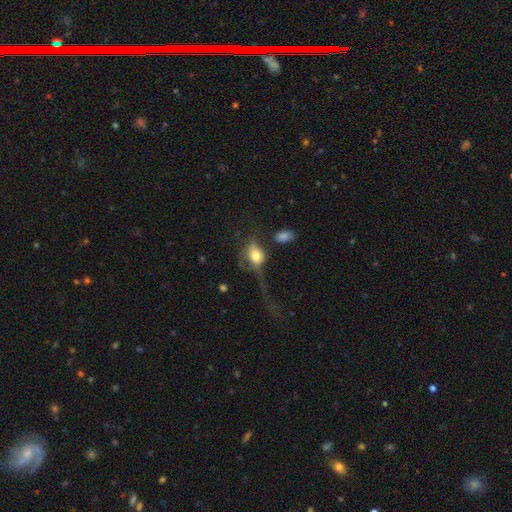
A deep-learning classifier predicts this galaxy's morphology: This appears to be a smooth galaxy with no disk features (64%) that is in between round and cigar-shaped (65%). Merging: major disturbance (58%).